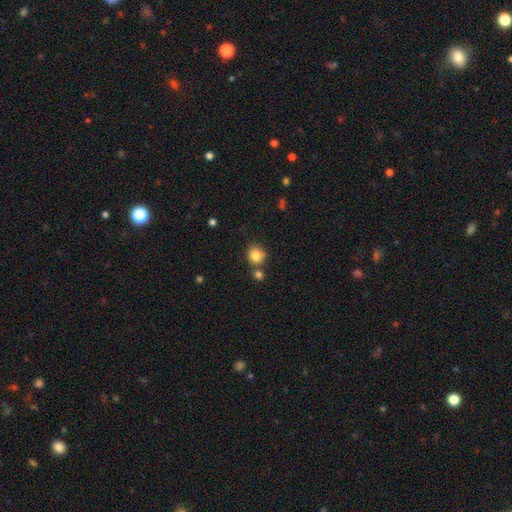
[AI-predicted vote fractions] This is clearly a smooth galaxy (83%). How rounded: clearly round (81%). Merging: likely none (63%).